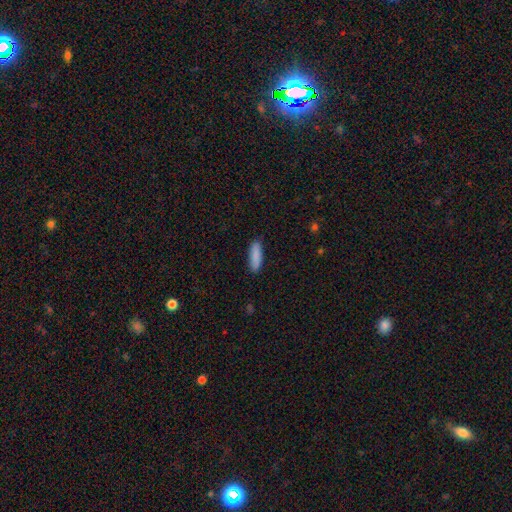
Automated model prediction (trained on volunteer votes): smooth_or_featured: smooth (p=0.89) [alt: star or artifact p=0.06]
how_rounded: cigar-shaped (p=0.54) [alt: in between p=0.44]
merging: none (p=0.88) [alt: minor disturbance p=0.09]